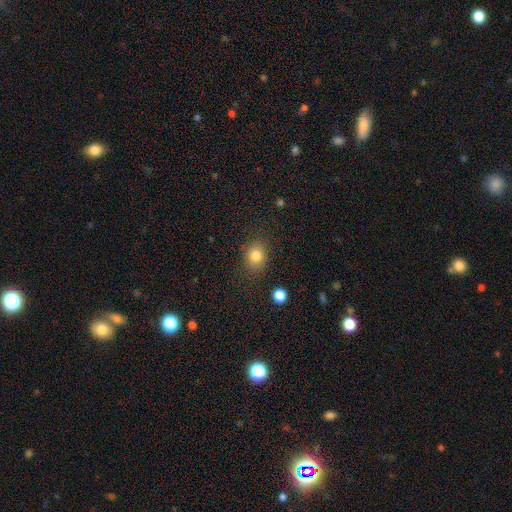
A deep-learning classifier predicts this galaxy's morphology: Q: Smooth or featured?
A: smooth (82%); runner-up: star or artifact (11%)
Q: How rounded?
A: round (60%); runner-up: in between (39%)
Q: Merging?
A: none (82%); runner-up: minor disturbance (12%)